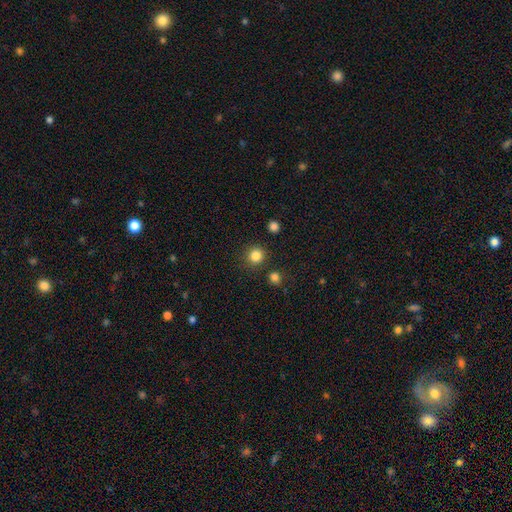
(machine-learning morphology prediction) This is clearly a smooth galaxy (84%). How rounded: clearly round (93%). Merging: clearly none (87%).